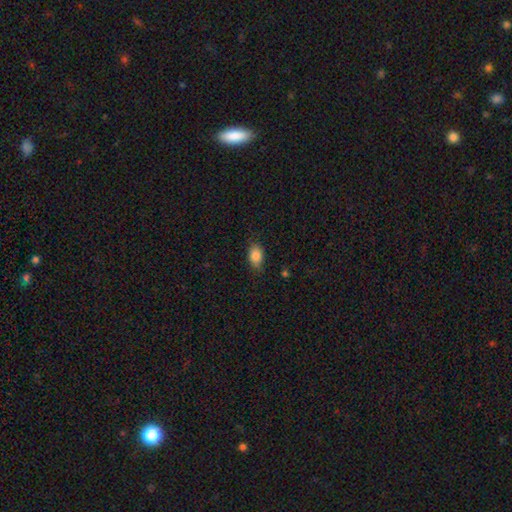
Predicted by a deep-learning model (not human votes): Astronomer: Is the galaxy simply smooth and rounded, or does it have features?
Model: smooth — 84%.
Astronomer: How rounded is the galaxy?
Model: in between — 82%.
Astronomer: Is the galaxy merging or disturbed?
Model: none — 79%.